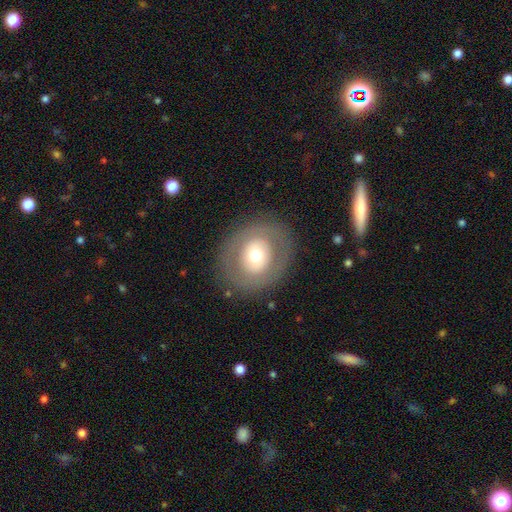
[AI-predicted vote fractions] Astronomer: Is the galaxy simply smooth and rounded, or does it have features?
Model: smooth — 53% (runner-up: featured or disk, 39%).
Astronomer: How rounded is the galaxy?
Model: round — 73%.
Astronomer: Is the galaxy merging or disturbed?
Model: none — 84%.